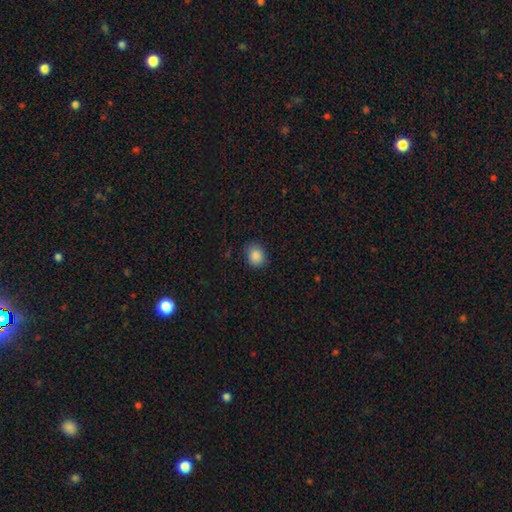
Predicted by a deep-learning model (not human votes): A smooth galaxy with no disk features (87%) that is round (65%).

Vote fractions:
- Smooth or featured? smooth: 87% / star or artifact: 9% / featured or disk: 4%
- How rounded? round: 65% / in between: 34% / cigar-shaped: 1%
- Merging? none: 83% / minor disturbance: 13% / major disturbance: 3% / merger: 1%